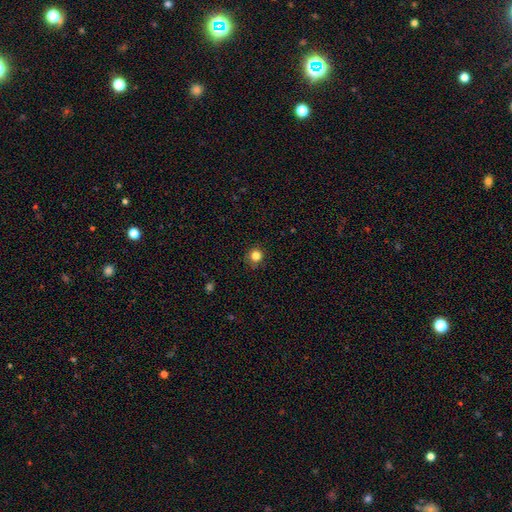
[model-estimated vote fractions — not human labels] This appears to be a smooth galaxy with no disk features (82%) that is round (93%). Merging: none (87%).